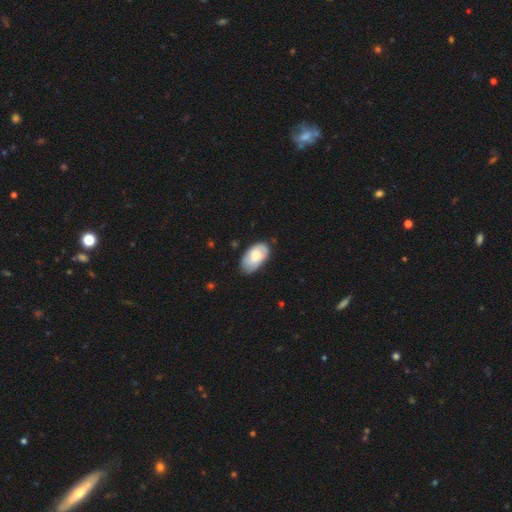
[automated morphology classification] A smooth galaxy with no disk features (69%) that is in between round and cigar-shaped (94%).

Vote fractions:
- Smooth or featured? smooth: 69% / featured or disk: 25% / star or artifact: 6%
- How rounded? in between: 94% / round: 4% / cigar-shaped: 2%
- Merging? none: 69% / minor disturbance: 25% / major disturbance: 5% / merger: 1%